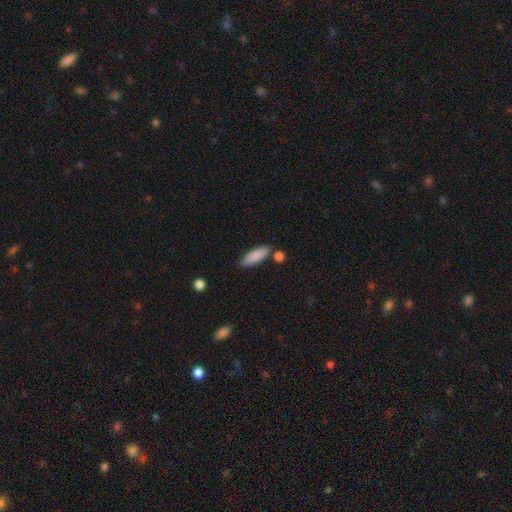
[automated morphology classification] smooth 86%, featured or disk 8%, star or artifact 6%. Down the decision tree: how rounded — in between (61%); merging — none (77%).